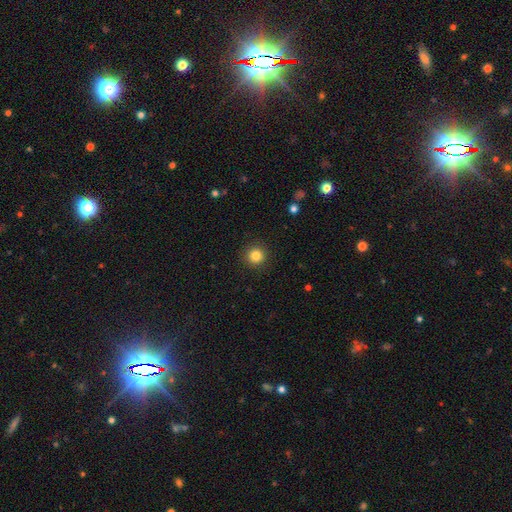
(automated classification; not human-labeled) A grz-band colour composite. It shows a smooth galaxy with no disk features (84%) that is round (95%). Merging: none (92%).